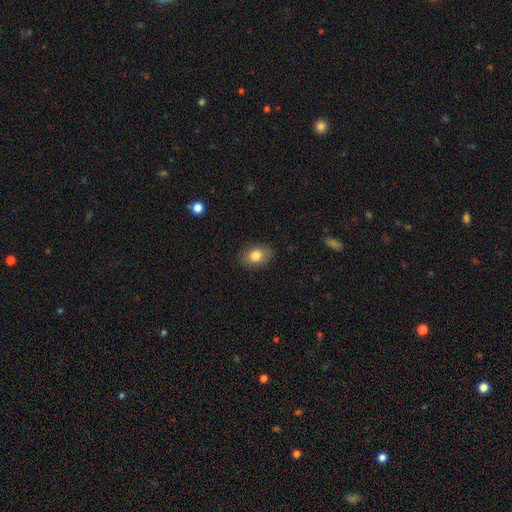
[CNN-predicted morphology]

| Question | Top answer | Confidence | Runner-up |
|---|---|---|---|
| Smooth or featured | smooth | 81% | featured or disk (11%) |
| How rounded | in between | 76% | round (23%) |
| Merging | none | 86% | minor disturbance (10%) |